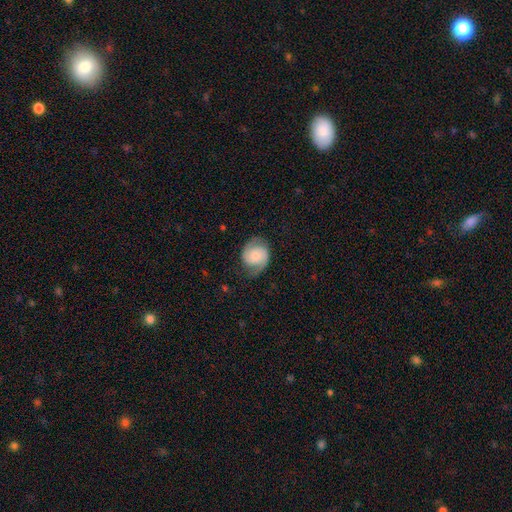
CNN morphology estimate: Overall: featured or disk (74%). Edge-on disk: no (98%). Bar: no (70%). Spiral arms: yes (95%). Spiral arm count: 2 (89%). Spiral winding: medium (46%; tight 38%). Bulge size: small (43%; moderate 40%). Merging: none (73%).